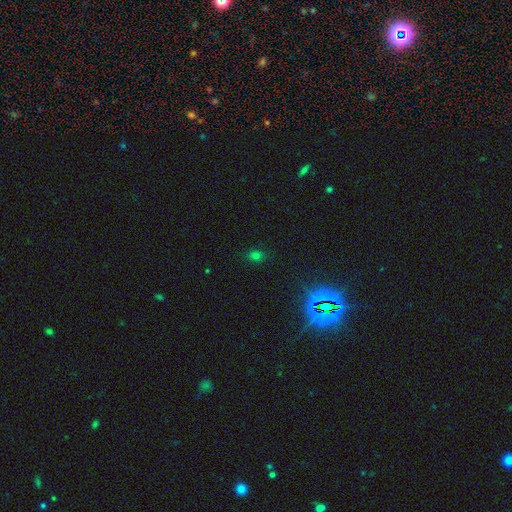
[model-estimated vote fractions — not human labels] smooth 62%, star or artifact 33%, featured or disk 6%. Down the decision tree: how rounded — round (52%); merging — none (83%).